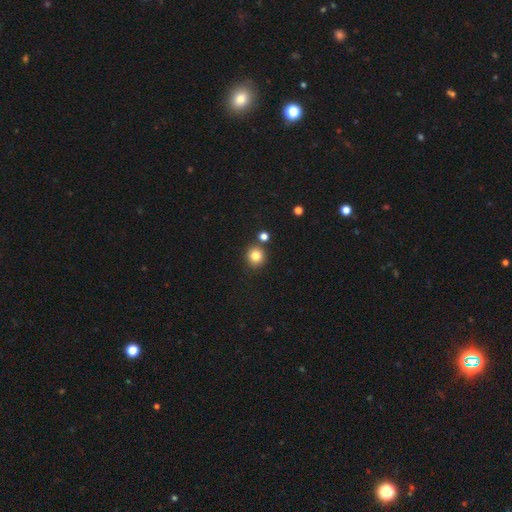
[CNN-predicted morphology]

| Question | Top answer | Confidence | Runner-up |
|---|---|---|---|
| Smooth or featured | smooth | 83% | star or artifact (12%) |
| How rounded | round | 89% | in between (11%) |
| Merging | none | 79% | merger (10%) |